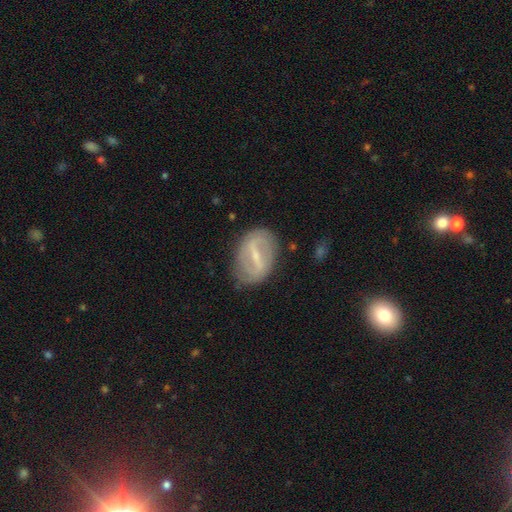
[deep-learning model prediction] Q: Smooth or featured?
A: featured or disk (76%); runner-up: smooth (18%)
Q: Edge-on disk?
A: no (92%); runner-up: yes (8%)
Q: Bar?
A: strong (68%); runner-up: weak (26%)
Q: Spiral arms?
A: yes (60%); runner-up: no (40%)
Q: Bulge size?
A: small (63%); runner-up: moderate (23%)
Q: Merging?
A: none (78%); runner-up: minor disturbance (15%)